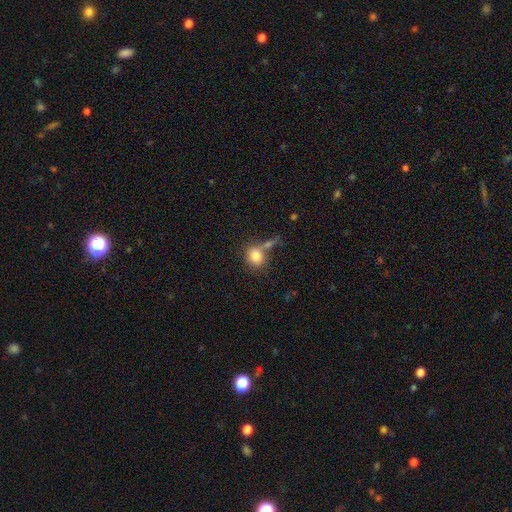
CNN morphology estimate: Q: Smooth or featured?
A: smooth (82%); runner-up: featured or disk (9%)
Q: How rounded?
A: round (65%); runner-up: in between (33%)
Q: Merging?
A: none (49%); runner-up: merger (29%)